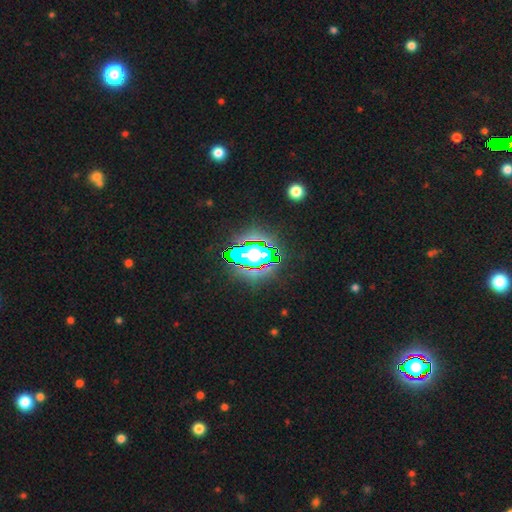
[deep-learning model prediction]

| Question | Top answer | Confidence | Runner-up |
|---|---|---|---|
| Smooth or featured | star or artifact | 83% | smooth (10%) |